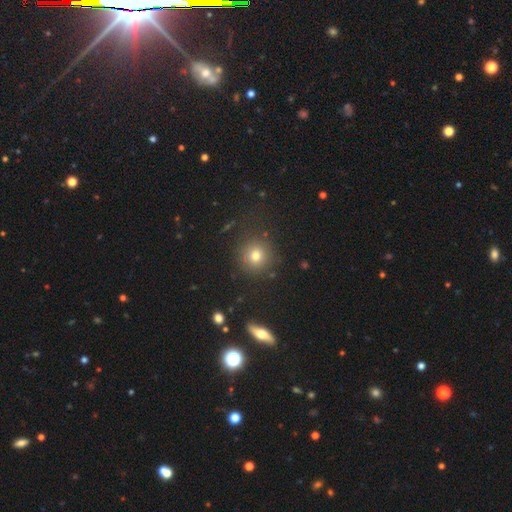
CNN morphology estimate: Smooth or featured: smooth — 74% (star or artifact — 16%)
How rounded: round — 92% (in between — 7%)
Merging: none — 85% (minor disturbance — 8%)